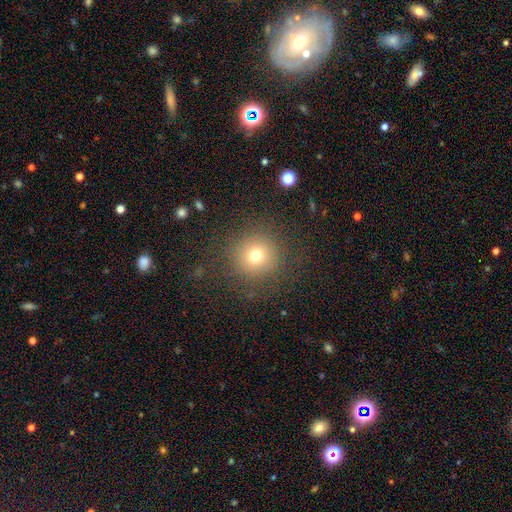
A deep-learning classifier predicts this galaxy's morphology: type=smooth (72%); roundness=round (94%); merging=none (85%).